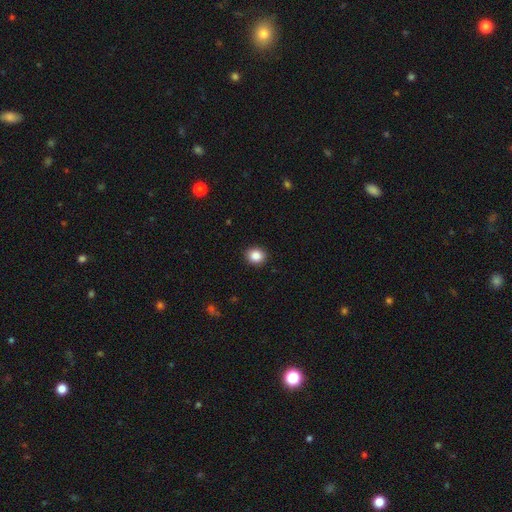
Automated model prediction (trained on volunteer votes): Q: Smooth or featured?
A: smooth (87%); runner-up: star or artifact (10%)
Q: How rounded?
A: round (74%); runner-up: in between (25%)
Q: Merging?
A: none (90%); runner-up: minor disturbance (7%)